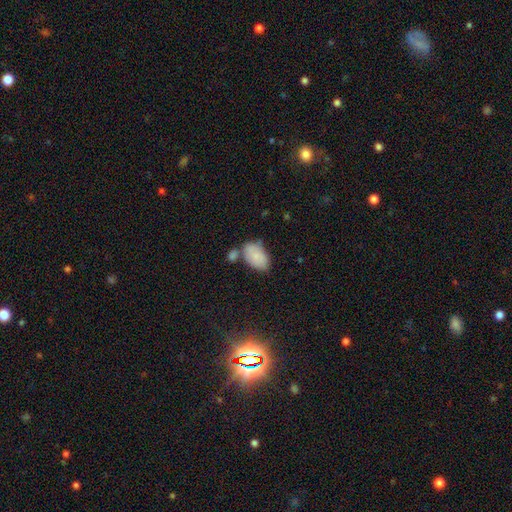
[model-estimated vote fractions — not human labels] smooth 81%, featured or disk 12%, star or artifact 7%. Down the decision tree: how rounded — in between (93%); merging — none (52%).